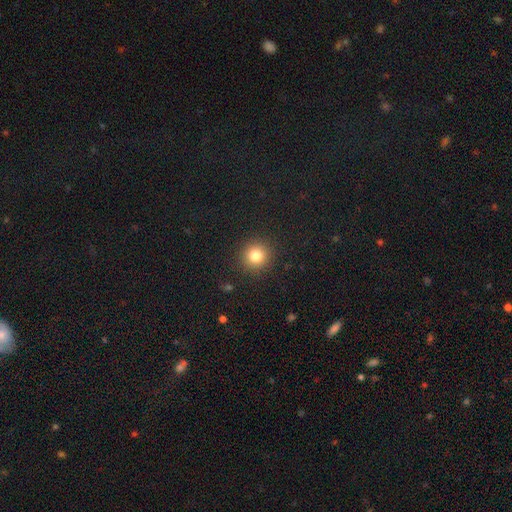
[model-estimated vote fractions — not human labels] Smooth or featured? Predicted: smooth (p=0.81). How rounded? Predicted: round (p=0.93). Merging? Predicted: none (p=0.91).